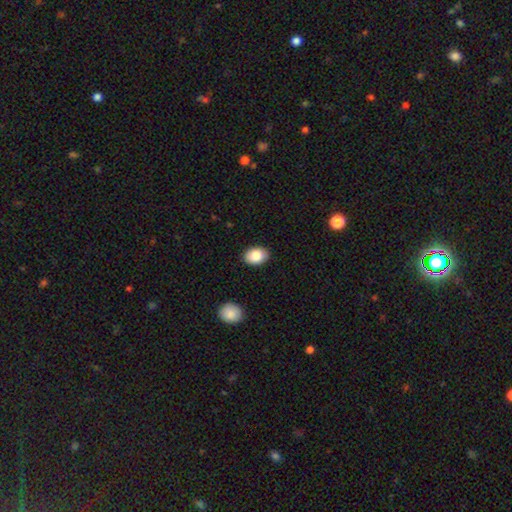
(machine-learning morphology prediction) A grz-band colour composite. It shows a smooth galaxy with no disk features (88%) that is in between round and cigar-shaped (81%). Merging: none (88%).